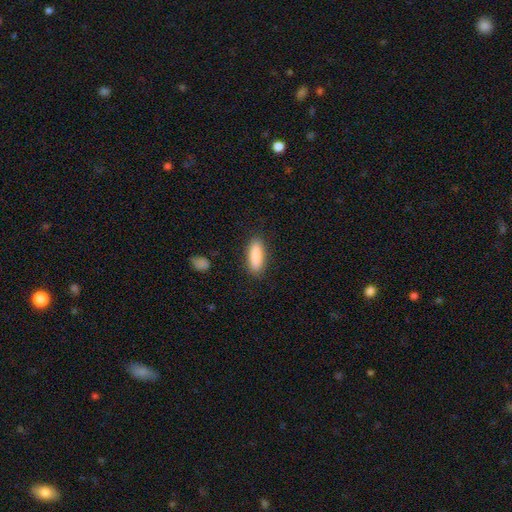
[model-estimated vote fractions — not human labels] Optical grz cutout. It shows a smooth galaxy with no disk features (88%) that is in between round and cigar-shaped (60%). Merging: none (86%).